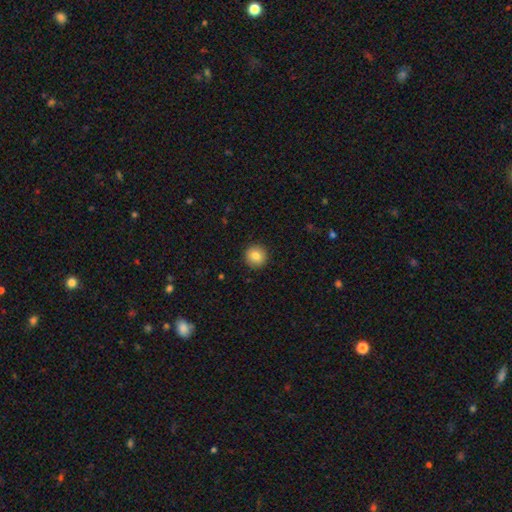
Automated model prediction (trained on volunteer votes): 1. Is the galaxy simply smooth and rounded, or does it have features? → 83% smooth, 9% star or artifact, 8% featured or disk.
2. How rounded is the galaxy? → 95% round, 5% in between, 1% cigar-shaped.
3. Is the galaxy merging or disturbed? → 92% none, 6% minor disturbance, 2% major disturbance, 1% merger.